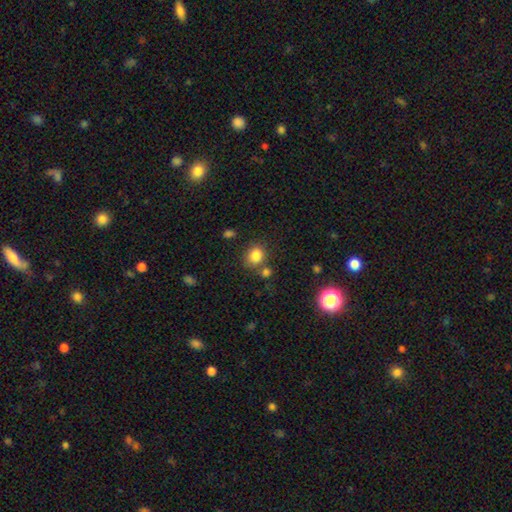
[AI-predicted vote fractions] A smooth galaxy with no disk features (83%) that is round (61%).

Vote fractions:
- Smooth or featured? smooth: 83% / star or artifact: 11% / featured or disk: 6%
- How rounded? round: 61% / in between: 38% / cigar-shaped: 1%
- Merging? none: 68% / merger: 14% / minor disturbance: 13% / major disturbance: 5%